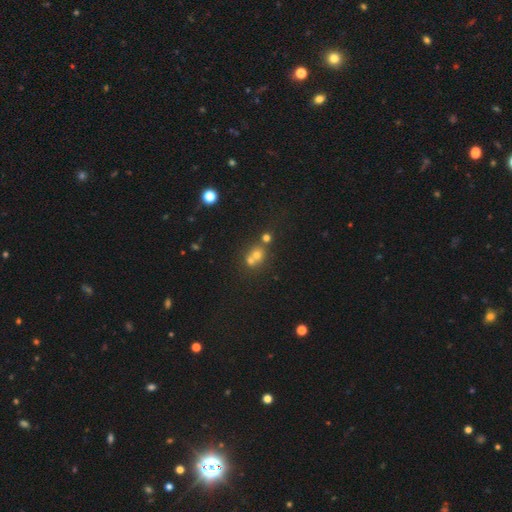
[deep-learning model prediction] The model was most divided on "merging": merger: 52%, none: 39%, minor disturbance: 6%, major disturbance: 3%. More confident: how rounded — round (80%); smooth or featured — smooth (57%).